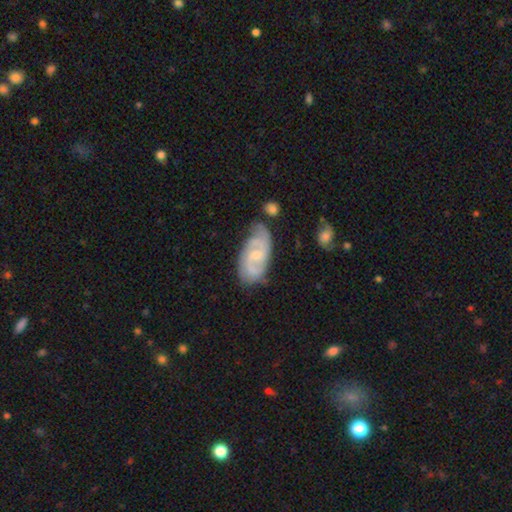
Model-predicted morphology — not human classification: Smooth or featured?
  - featured or disk: 79% *
  - smooth: 15%
  - star or artifact: 6%
Edge-on disk?
  - no: 96% *
  - yes: 4%
Bar?
  - no: 47% *
  - weak: 45%
  - strong: 8%
Spiral arms?
  - yes: 95% *
  - no: 5%
Spiral winding?
  - medium: 45% *
  - tight: 42%
  - loose: 13%
Spiral arm count?
  - 2: 66% *
  - can't tell: 13%
  - 3: 13%
  - 4: 3%
  - 1: 3%
  - more than 4: 2%
Bulge size?
  - small: 61% *
  - moderate: 31%
  - none: 6%
  - large: 1%
  - dominant: 1%
Merging?
  - none: 66% *
  - minor disturbance: 23%
  - major disturbance: 6%
  - merger: 5%